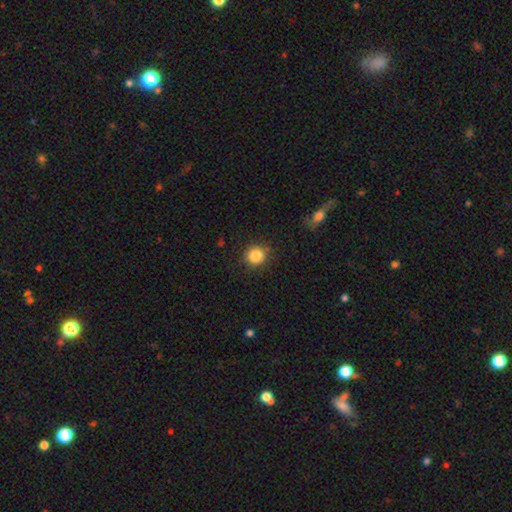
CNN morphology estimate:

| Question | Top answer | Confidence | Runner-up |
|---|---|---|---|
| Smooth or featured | smooth | 85% | star or artifact (10%) |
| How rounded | round | 91% | in between (8%) |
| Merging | none | 89% | minor disturbance (8%) |